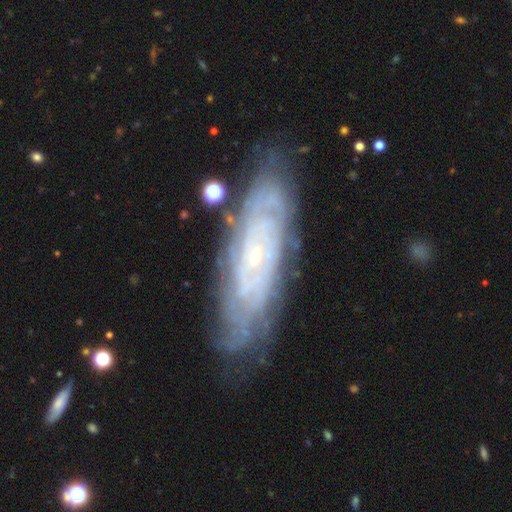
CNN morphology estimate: Smooth or featured: featured or disk — 84% (smooth — 10%)
Edge-on disk: no — 87% (yes — 13%)
Bar: no — 71% (weak — 22%)
Spiral arms: yes — 95% (no — 5%)
Spiral winding: tight — 82% (medium — 15%)
Spiral arm count: can't tell — 50% (4 — 13%)
Bulge size: small — 82% (moderate — 10%)
Merging: none — 78% (minor disturbance — 16%)